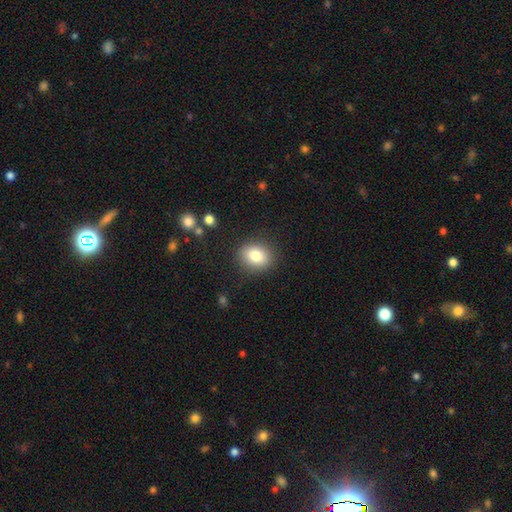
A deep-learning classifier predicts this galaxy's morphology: Q: Smooth or featured?
A: smooth (82%); runner-up: star or artifact (9%)
Q: How rounded?
A: round (55%); runner-up: in between (44%)
Q: Merging?
A: none (87%); runner-up: minor disturbance (8%)